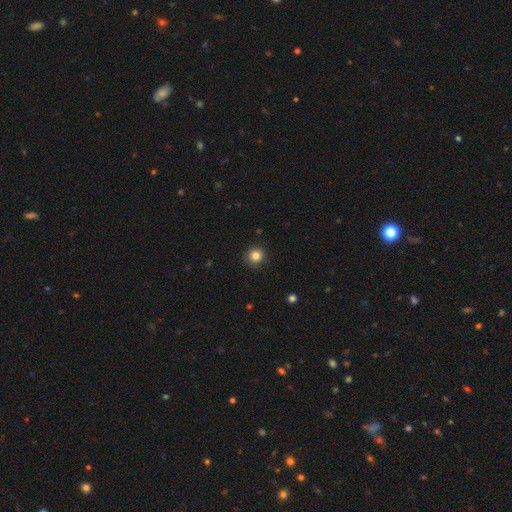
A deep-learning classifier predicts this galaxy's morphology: This appears to be a smooth galaxy with no disk features (84%) that is round (93%). Merging: none (90%).